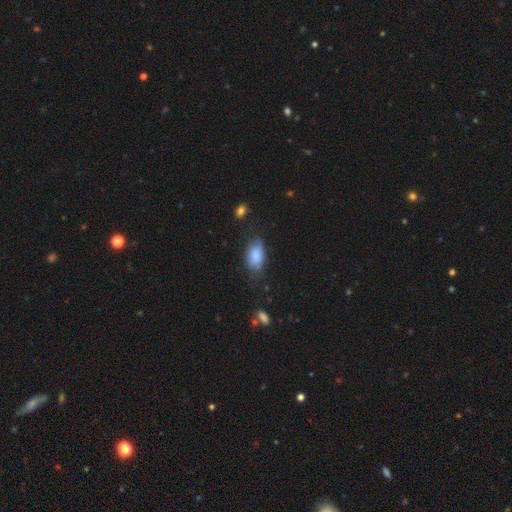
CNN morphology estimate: smooth-or-featured: smooth: 84% | featured or disk: 9% | star or artifact: 7%
  how-rounded: in between: 91% | round: 6% | cigar-shaped: 3%
  merging: none: 62% | minor disturbance: 27% | major disturbance: 8% | merger: 2%